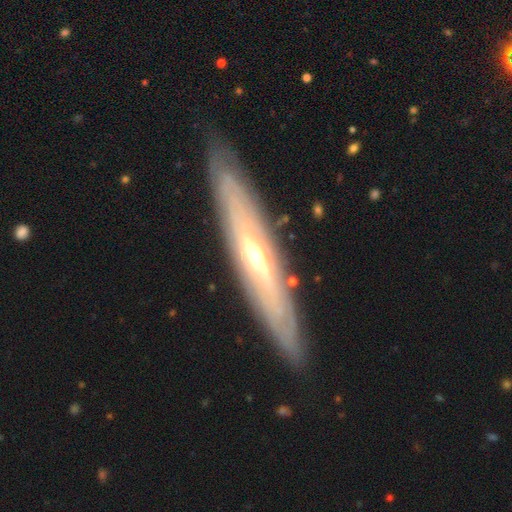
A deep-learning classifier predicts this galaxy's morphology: smooth-or-featured: featured or disk: 76% | smooth: 17% | star or artifact: 6%
  disk-edge-on: yes: 64% | no: 36%
  merging: none: 86% | minor disturbance: 10% | major disturbance: 2% | merger: 1%